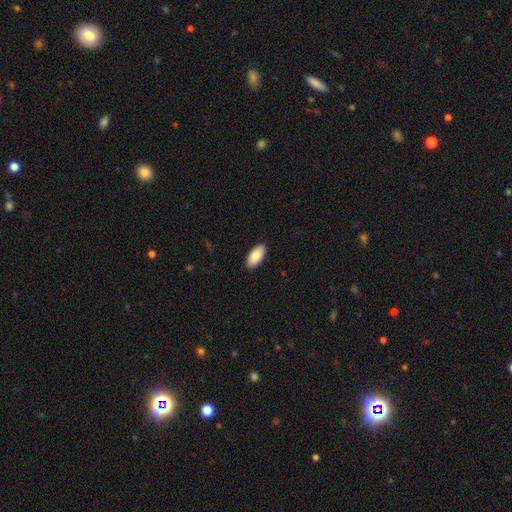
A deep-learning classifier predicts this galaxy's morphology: This appears to be a smooth galaxy with no disk features (88%) that is in between round and cigar-shaped (92%). Merging: none (90%).